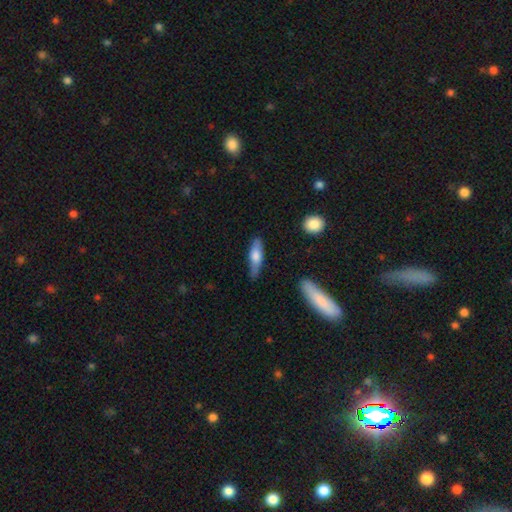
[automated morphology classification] Overall: smooth (58%; featured or disk 36%). How rounded: cigar-shaped (58%; in between 39%). Merging: none (74%).